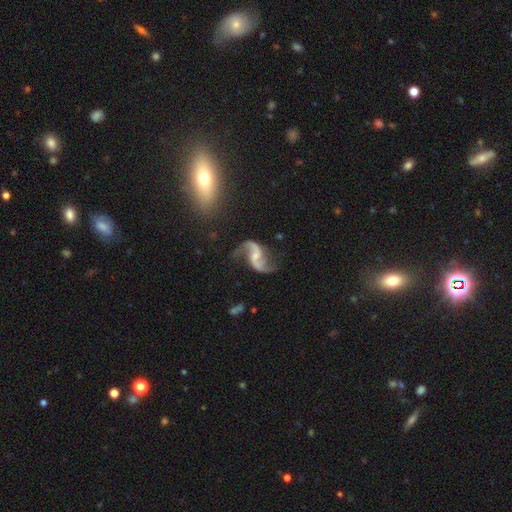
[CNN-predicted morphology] Smooth or featured? featured or disk (91%)
Edge-on disk? no (98%)
Bar? weak (46%)
Spiral arms? yes (97%)
Spiral winding? loose (83%)
Spiral arm count? 2 (94%)
Bulge size? small (46%)
Merging? none (69%)